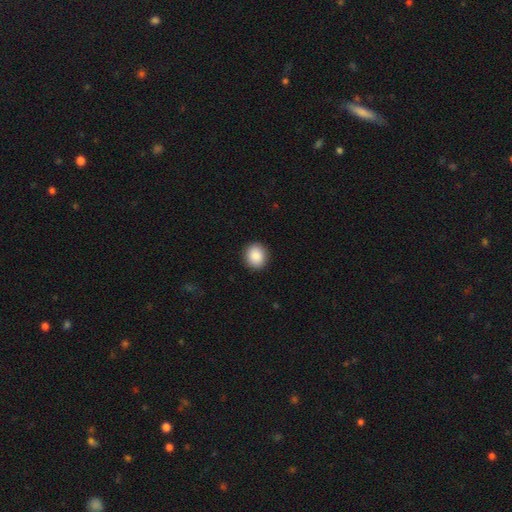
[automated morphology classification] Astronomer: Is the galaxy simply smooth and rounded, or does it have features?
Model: smooth — 89%.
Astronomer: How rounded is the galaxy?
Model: round — 77%.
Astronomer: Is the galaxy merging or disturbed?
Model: none — 91%.